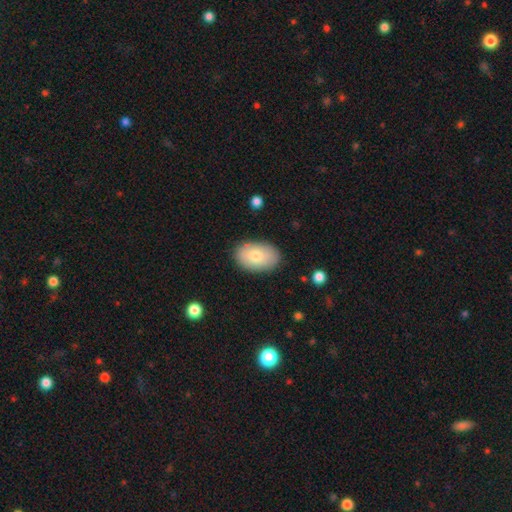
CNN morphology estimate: A smooth galaxy with no disk features (77%) that is in between round and cigar-shaped (89%).

Vote fractions:
- Smooth or featured? smooth: 77% / featured or disk: 17% / star or artifact: 6%
- How rounded? in between: 89% / round: 10% / cigar-shaped: 1%
- Merging? none: 85% / minor disturbance: 11% / major disturbance: 3% / merger: 1%